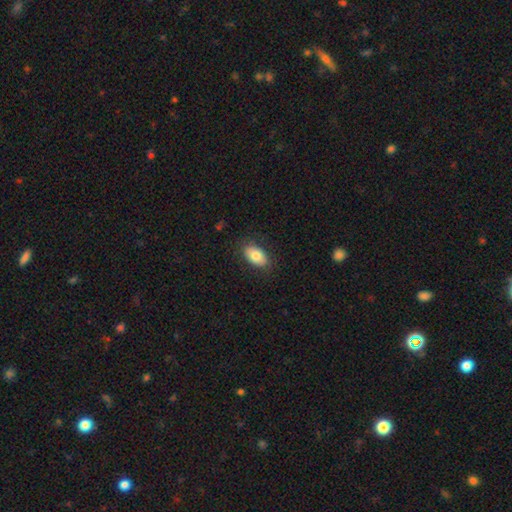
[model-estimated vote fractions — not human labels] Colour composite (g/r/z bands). It shows a smooth galaxy with no disk features (81%) that is in between round and cigar-shaped (92%). Merging: none (84%).